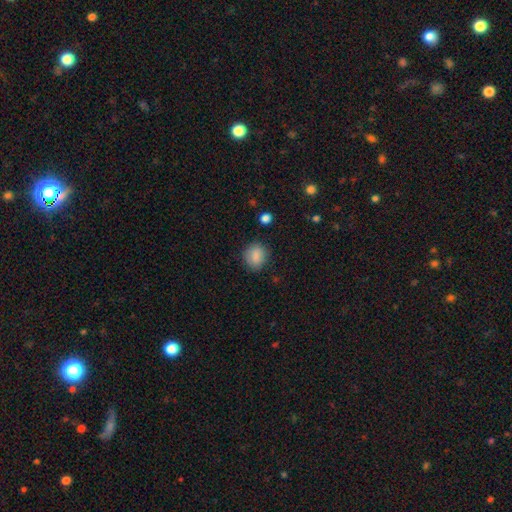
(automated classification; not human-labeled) smooth-or-featured: smooth: 86% | star or artifact: 8% | featured or disk: 5%
  how-rounded: round: 68% | in between: 31% | cigar-shaped: 1%
  merging: none: 83% | minor disturbance: 12% | major disturbance: 3% | merger: 2%